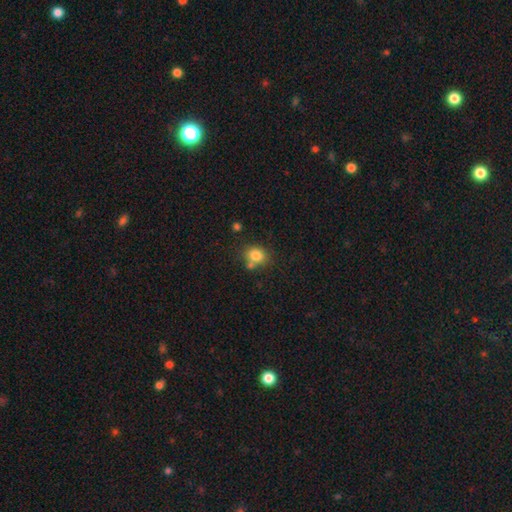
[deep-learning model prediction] This appears to be a smooth galaxy with no disk features (82%) that is round (59%). Merging: none (63%).